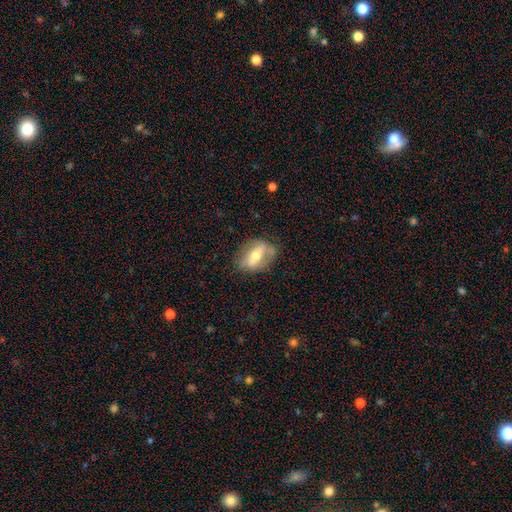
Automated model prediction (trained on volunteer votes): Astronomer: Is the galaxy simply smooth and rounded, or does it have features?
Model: featured or disk — 59%.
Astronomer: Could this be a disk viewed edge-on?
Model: no — 73%.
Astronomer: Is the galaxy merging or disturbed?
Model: none — 70%.